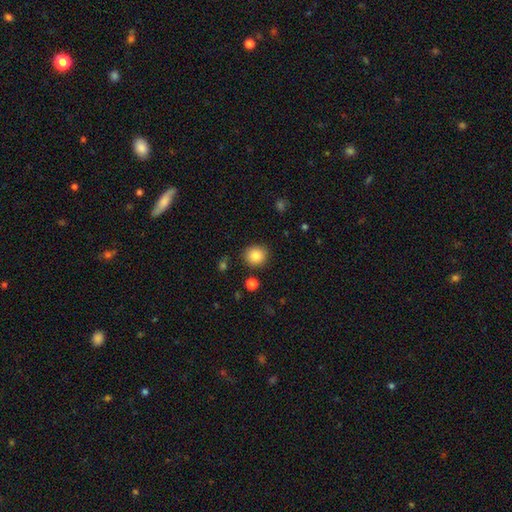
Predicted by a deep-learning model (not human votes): Morphology: type=smooth (85%); roundness=round (86%); merging=none (87%).